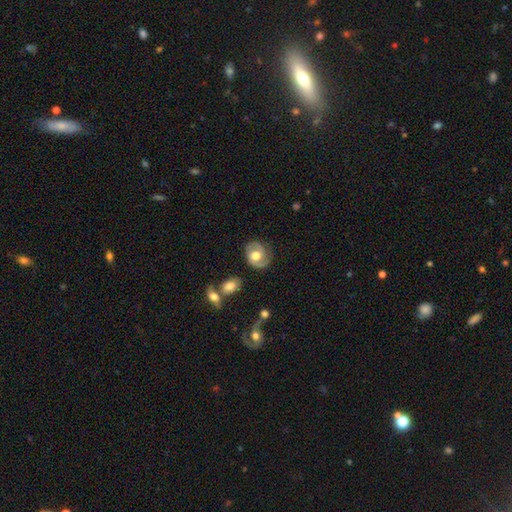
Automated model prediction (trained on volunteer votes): Q: Smooth or featured?
A: featured or disk (72%); runner-up: smooth (22%)
Q: Edge-on disk?
A: no (97%); runner-up: yes (3%)
Q: Bar?
A: no (64%); runner-up: weak (30%)
Q: Spiral arms?
A: yes (90%); runner-up: no (10%)
Q: Spiral winding?
A: medium (44%); runner-up: tight (40%)
Q: Spiral arm count?
A: 2 (84%); runner-up: 1 (7%)
Q: Bulge size?
A: moderate (69%); runner-up: large (21%)
Q: Merging?
A: none (77%); runner-up: minor disturbance (15%)